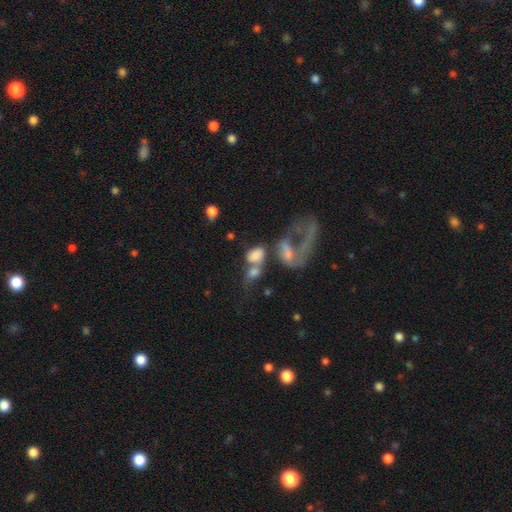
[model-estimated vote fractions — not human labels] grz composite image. It shows a smooth galaxy with no disk features (64%) that is in between round and cigar-shaped (79%). Merging: merger (60%).